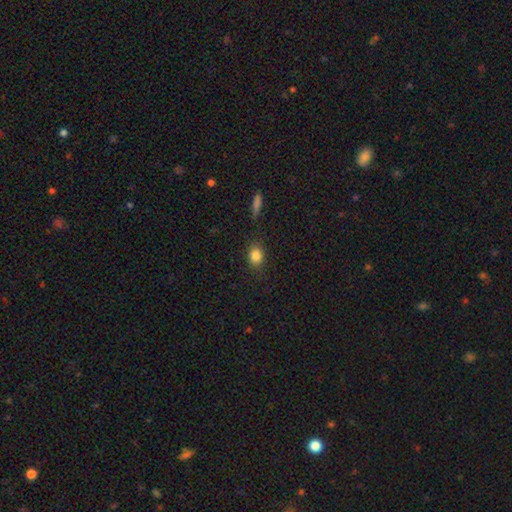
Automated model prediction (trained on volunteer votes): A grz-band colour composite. It shows a smooth galaxy with no disk features (83%) that is in between round and cigar-shaped (49%, tied with round). Merging: none (82%).